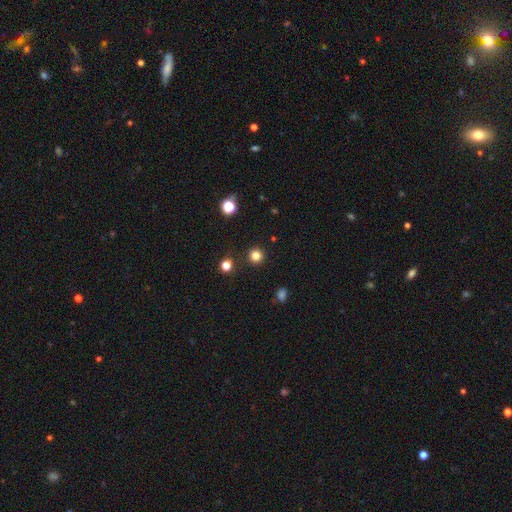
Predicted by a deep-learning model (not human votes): Overall: smooth (81%). How rounded: round (95%). Merging: none (91%).